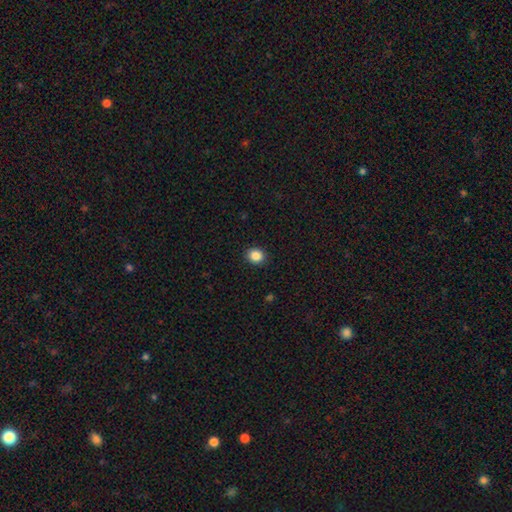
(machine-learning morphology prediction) A smooth galaxy with no disk features (87%) that is round (76%). Merging: none (92%).